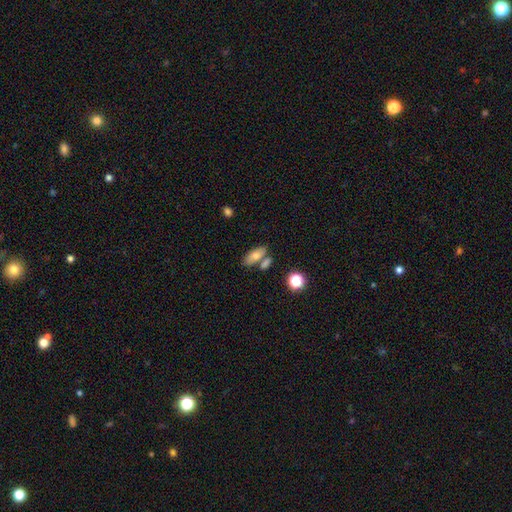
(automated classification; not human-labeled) A smooth galaxy with no disk features (74%) that is in between round and cigar-shaped (80%). Merging: none (58%).